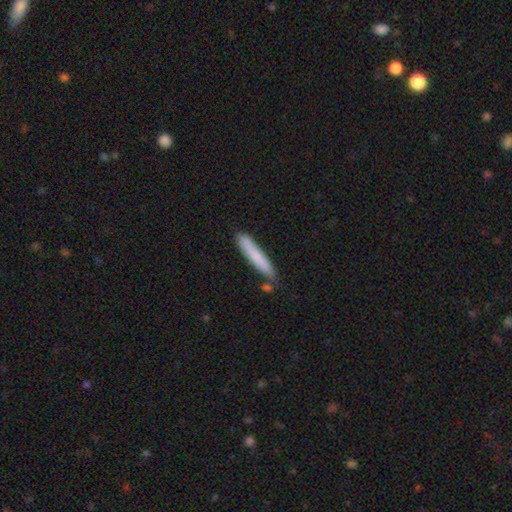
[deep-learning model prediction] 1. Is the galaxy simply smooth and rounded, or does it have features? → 77% smooth, 17% featured or disk, 6% star or artifact.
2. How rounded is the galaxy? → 94% cigar-shaped, 5% in between, 1% round.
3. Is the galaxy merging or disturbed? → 79% none, 13% minor disturbance, 5% merger, 2% major disturbance.